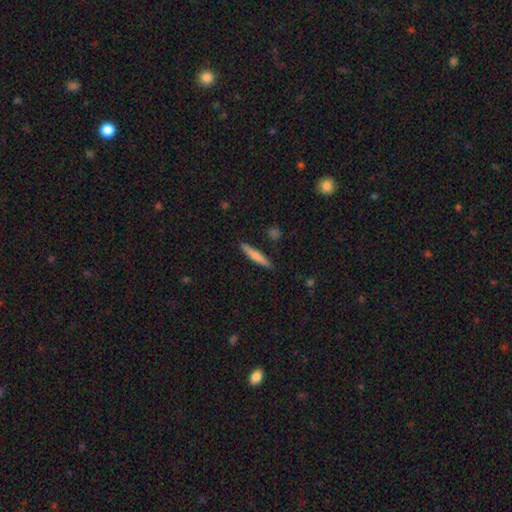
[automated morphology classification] Overall: smooth (69%). How rounded: cigar-shaped (93%). Merging: none (87%).